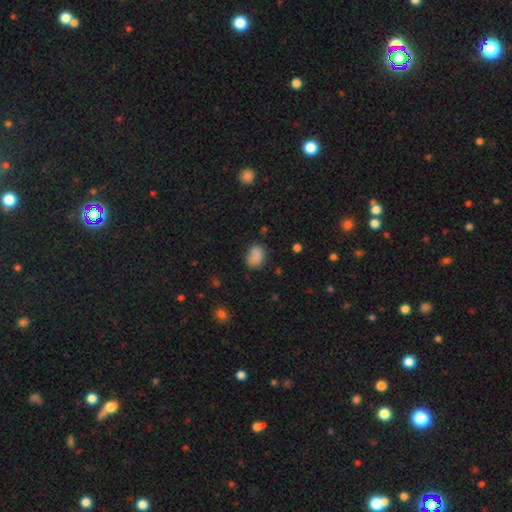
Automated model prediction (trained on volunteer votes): smooth-or-featured: smooth: 85% | star or artifact: 10% | featured or disk: 5%
  how-rounded: in between: 75% | round: 24% | cigar-shaped: 1%
  merging: none: 70% | minor disturbance: 22% | major disturbance: 5% | merger: 2%